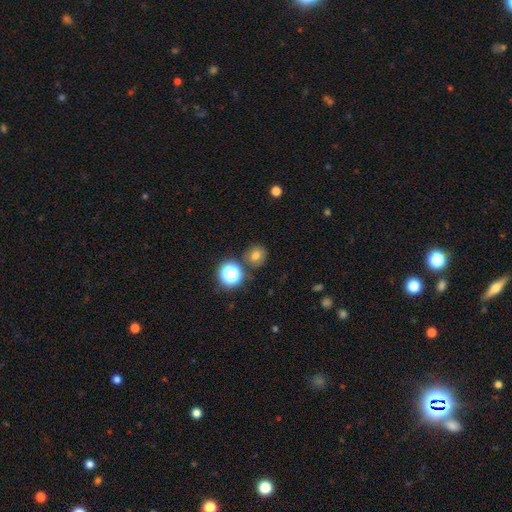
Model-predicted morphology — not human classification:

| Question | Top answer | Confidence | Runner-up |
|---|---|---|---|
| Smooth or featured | smooth | 72% | star or artifact (19%) |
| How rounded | round | 86% | in between (13%) |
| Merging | none | 82% | minor disturbance (9%) |